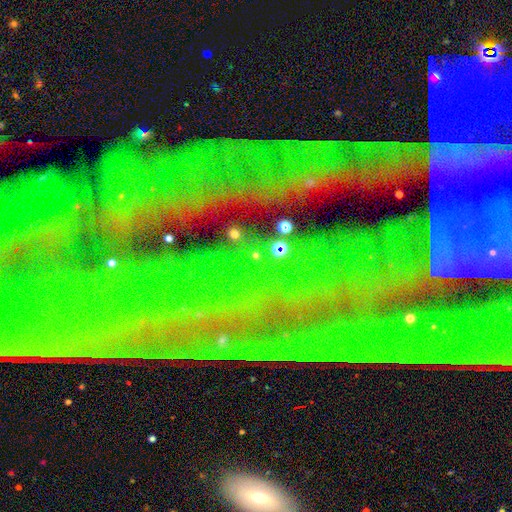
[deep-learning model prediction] star or artifact 50%, smooth 41%, featured or disk 8%.